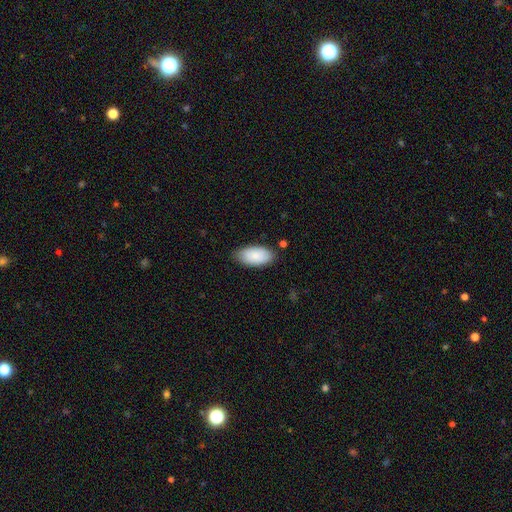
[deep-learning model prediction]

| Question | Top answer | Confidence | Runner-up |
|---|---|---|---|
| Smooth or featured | smooth | 85% | featured or disk (9%) |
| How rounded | in between | 94% | cigar-shaped (3%) |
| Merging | none | 78% | minor disturbance (18%) |